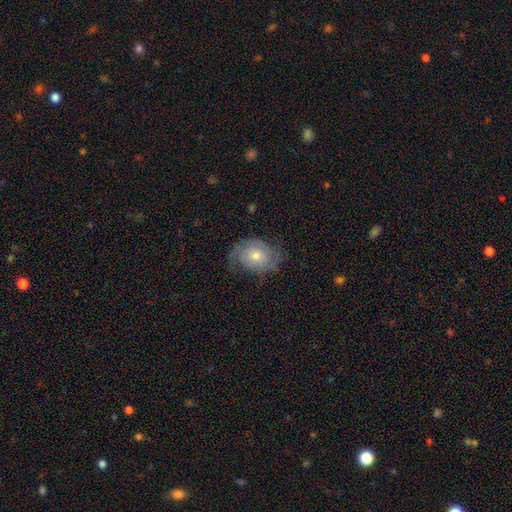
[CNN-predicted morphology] A featured or disk galaxy (66%) with no bar (80%), 2 (65%) tight (40%) spiral arms (89%) and a moderate central bulge (53%).

Vote fractions:
- Smooth or featured? featured or disk: 66% / smooth: 26% / star or artifact: 8%
- Edge-on disk? no: 97% / yes: 3%
- Bar? no: 80% / weak: 17% / strong: 3%
- Spiral arms? yes: 89% / no: 11%
- Spiral winding? tight: 40% / medium: 38% / loose: 22%
- Spiral arm count? 2: 65% / can't tell: 19% / 3: 6% / 1: 5% / 4: 3% / more than 4: 2%
- Bulge size? moderate: 53% / small: 40% / large: 4% / none: 2% / dominant: 1%
- Merging? none: 67% / minor disturbance: 21% / major disturbance: 11% / merger: 1%